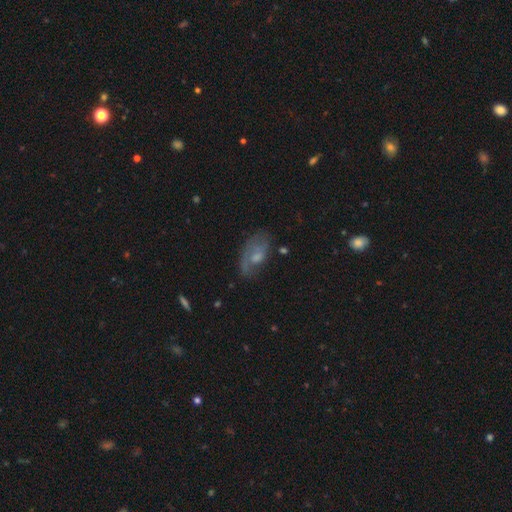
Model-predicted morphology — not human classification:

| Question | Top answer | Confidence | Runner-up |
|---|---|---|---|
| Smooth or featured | featured or disk | 51% | smooth (39%) |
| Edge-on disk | no | 93% | yes (7%) |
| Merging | none | 51% | minor disturbance (26%) |